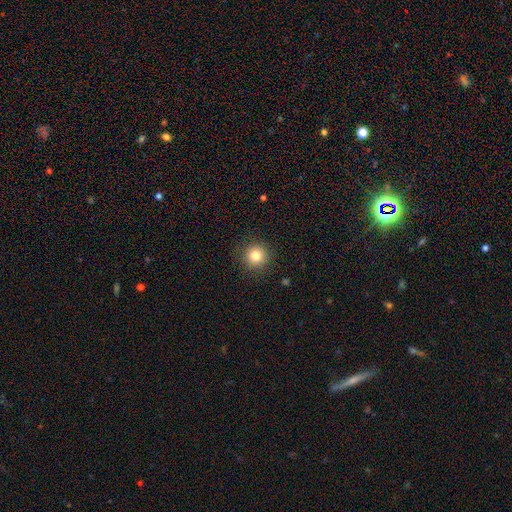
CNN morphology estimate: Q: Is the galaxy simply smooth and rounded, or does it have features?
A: smooth — 82%.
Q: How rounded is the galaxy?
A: round — 95%.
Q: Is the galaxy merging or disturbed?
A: none — 91%.